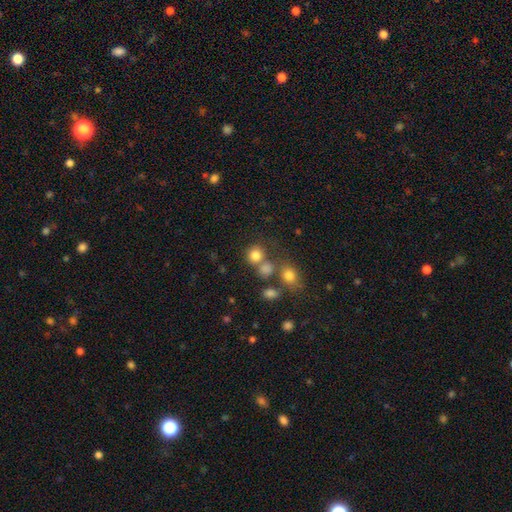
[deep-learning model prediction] Smooth or featured: smooth — 79% (star or artifact — 14%)
How rounded: round — 85% (in between — 14%)
Merging: none — 62% (merger — 23%)